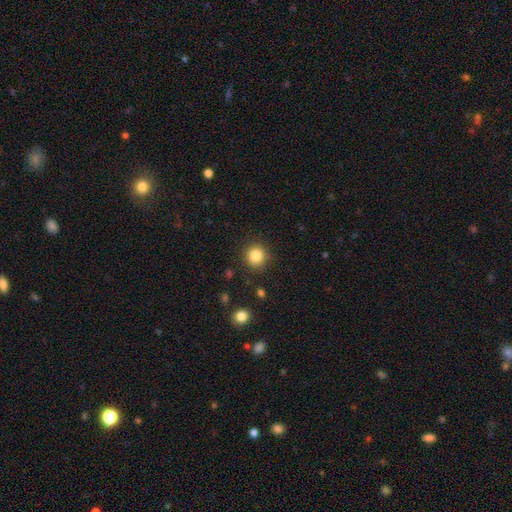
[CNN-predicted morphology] Smooth or featured?
  - smooth: 84% *
  - star or artifact: 11%
  - featured or disk: 5%
How rounded?
  - round: 92% *
  - in between: 7%
  - cigar-shaped: 1%
Merging?
  - none: 88% *
  - minor disturbance: 7%
  - major disturbance: 3%
  - merger: 2%